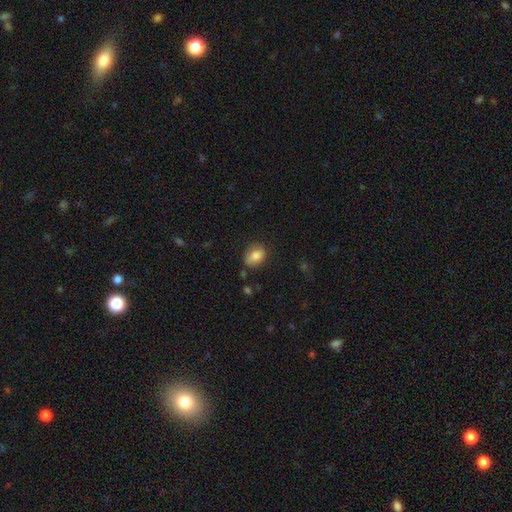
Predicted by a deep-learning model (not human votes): Smooth or featured? smooth (81%)
How rounded? in between (64%)
Merging? none (66%)